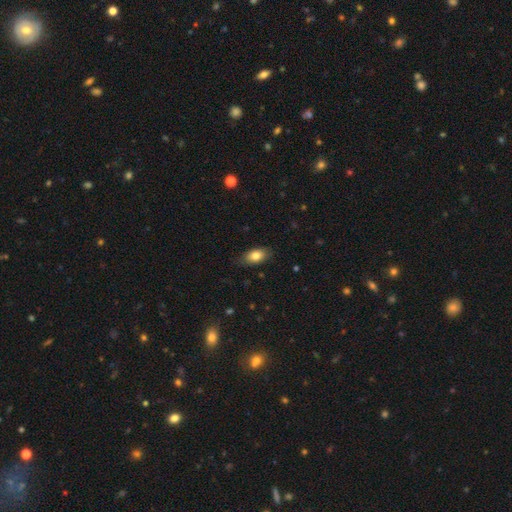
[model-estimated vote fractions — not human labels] Overall: smooth (80%). How rounded: in between (89%). Merging: none (80%).